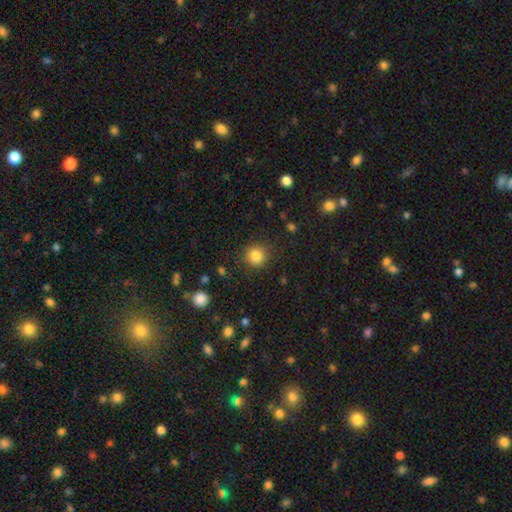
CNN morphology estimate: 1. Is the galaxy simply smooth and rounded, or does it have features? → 84% smooth, 11% star or artifact, 5% featured or disk.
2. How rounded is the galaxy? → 92% round, 7% in between, 1% cigar-shaped.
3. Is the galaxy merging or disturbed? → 88% none, 8% minor disturbance, 3% major disturbance, 1% merger.